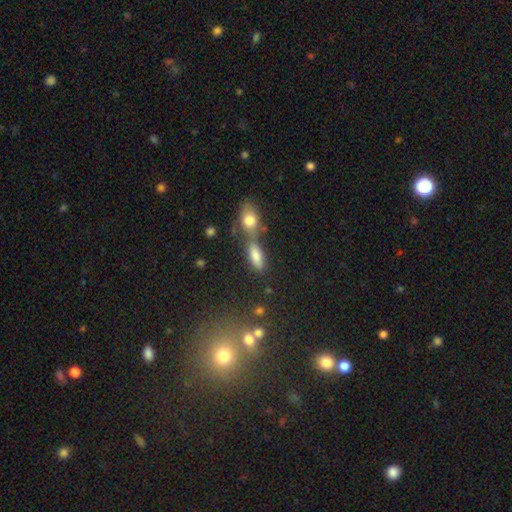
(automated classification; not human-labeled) Q: Smooth or featured?
A: smooth (78%); runner-up: star or artifact (12%)
Q: How rounded?
A: in between (76%); runner-up: cigar-shaped (19%)
Q: Merging?
A: merger (41%); tied with: none (41%)